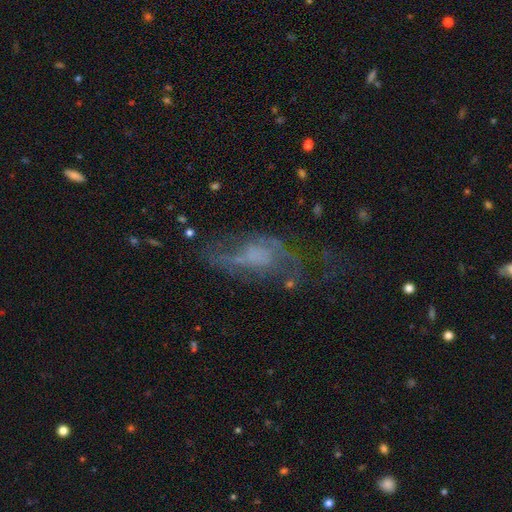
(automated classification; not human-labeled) Smooth or featured? Predicted: featured or disk (p=0.65). Edge-on disk? Predicted: no (p=0.91). Bar? Predicted: no (p=0.67). Spiral arms? Predicted: yes (p=0.69). Bulge size? Predicted: none (p=0.47). Merging? Predicted: none (p=0.42).